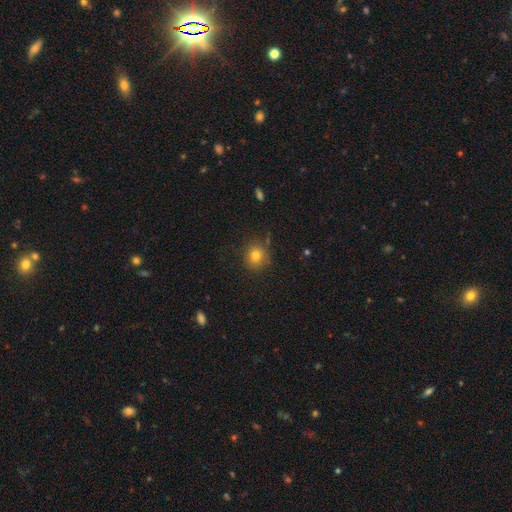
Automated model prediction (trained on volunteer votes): Morphology: type=smooth (77%); roundness=round (89%); merging=none (84%).